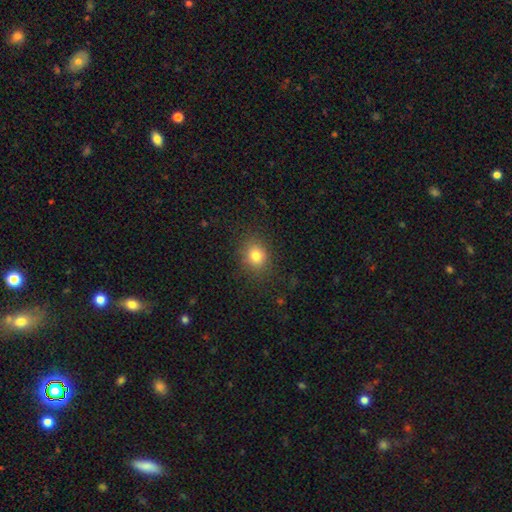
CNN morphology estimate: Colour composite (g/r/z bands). It shows a smooth galaxy with no disk features (80%) that is round (60%). Merging: none (83%).